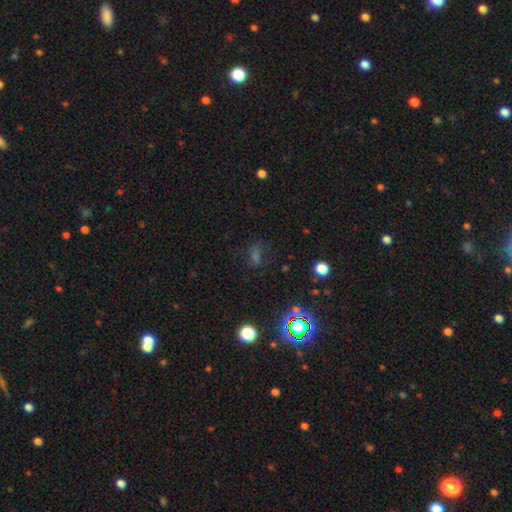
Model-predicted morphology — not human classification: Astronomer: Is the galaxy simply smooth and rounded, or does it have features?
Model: star or artifact — 49% (runner-up: smooth, 39%).